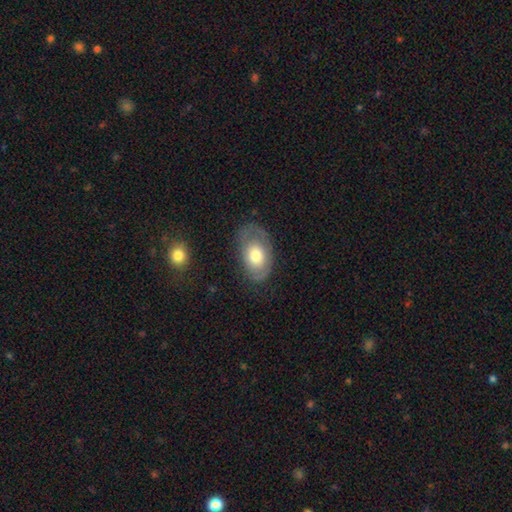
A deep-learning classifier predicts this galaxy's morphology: A smooth galaxy with no disk features (57%) that is in between round and cigar-shaped (88%). Merging: none (65%).